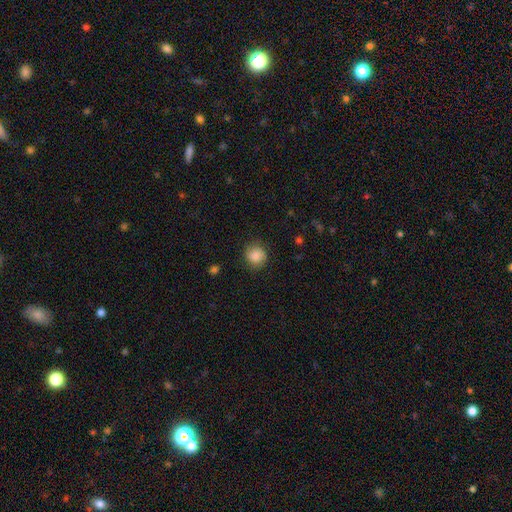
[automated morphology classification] smooth-or-featured: smooth: 86% | star or artifact: 8% | featured or disk: 6%
  how-rounded: round: 87% | in between: 12% | cigar-shaped: 1%
  merging: none: 80% | minor disturbance: 14% | major disturbance: 4% | merger: 1%